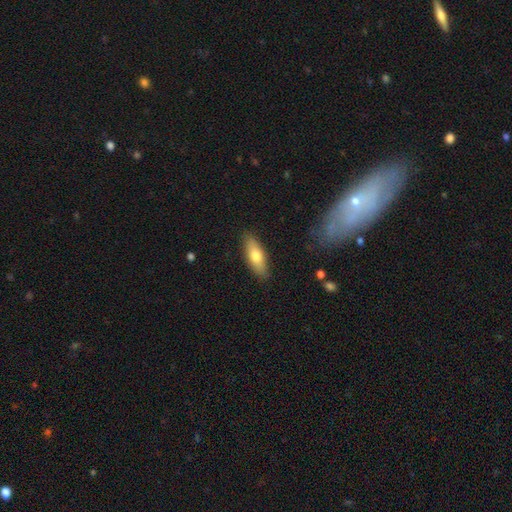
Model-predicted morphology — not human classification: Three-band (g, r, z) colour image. It shows a smooth galaxy with no disk features (71%) that is in between round and cigar-shaped (63%). Merging: none (87%).